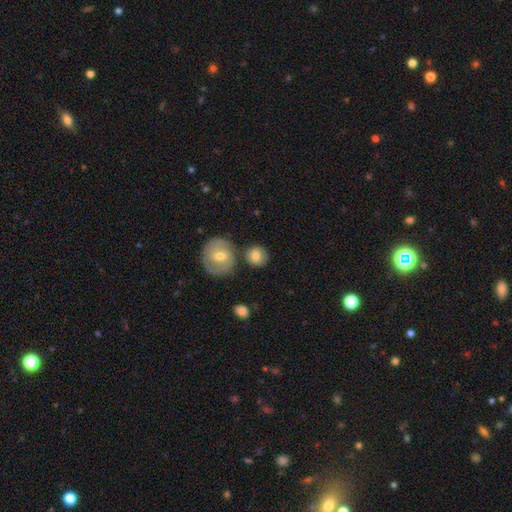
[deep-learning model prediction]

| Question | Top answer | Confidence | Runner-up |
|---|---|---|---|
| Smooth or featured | smooth | 78% | featured or disk (15%) |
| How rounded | round | 87% | in between (12%) |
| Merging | none | 72% | merger (14%) |